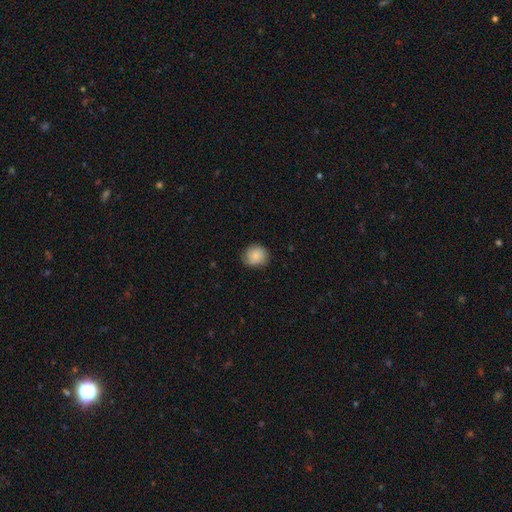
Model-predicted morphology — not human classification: smooth-or-featured: smooth: 83% | featured or disk: 10% | star or artifact: 7%
  how-rounded: round: 85% | in between: 14% | cigar-shaped: 1%
  merging: none: 81% | minor disturbance: 15% | major disturbance: 3% | merger: 1%